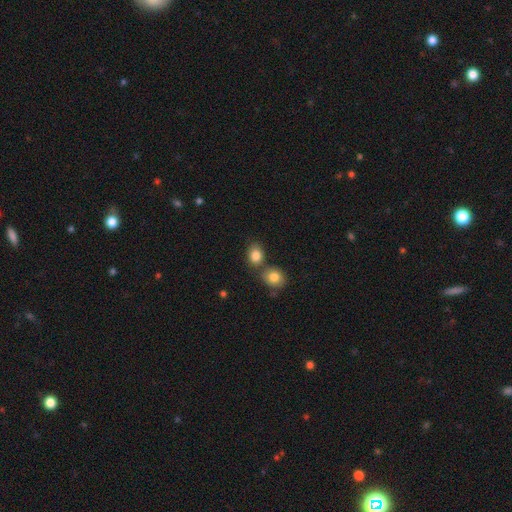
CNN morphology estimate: type=smooth (84%); roundness=in between (51%); merging=none (54%).